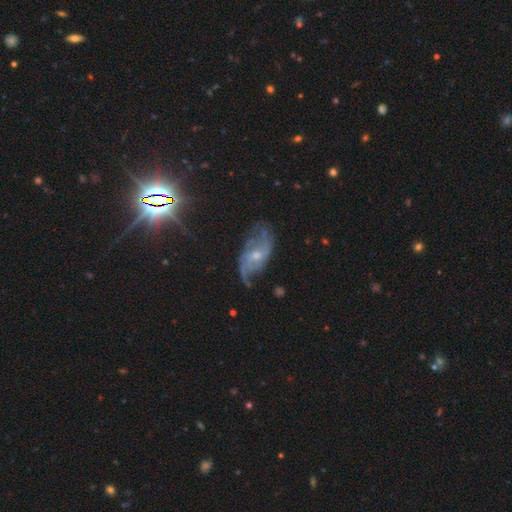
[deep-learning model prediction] Smooth or featured: featured or disk — 77% (smooth — 13%)
Edge-on disk: no — 94% (yes — 6%)
Bar: no — 58% (weak — 35%)
Spiral arms: yes — 89% (no — 11%)
Spiral winding: loose — 45% (medium — 37%)
Spiral arm count: 2 — 53% (can't tell — 23%)
Bulge size: small — 52% (moderate — 41%)
Merging: none — 56% (minor disturbance — 24%)